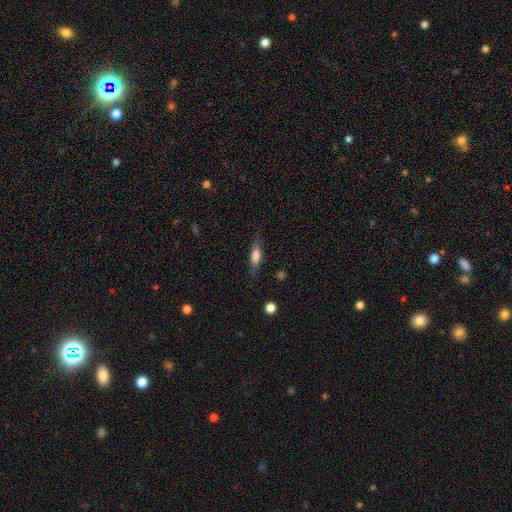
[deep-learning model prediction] smooth_or_featured: smooth (p=0.62) [alt: featured or disk p=0.31]
how_rounded: cigar-shaped (p=0.61) [alt: in between p=0.36]
merging: none (p=0.79) [alt: minor disturbance p=0.15]